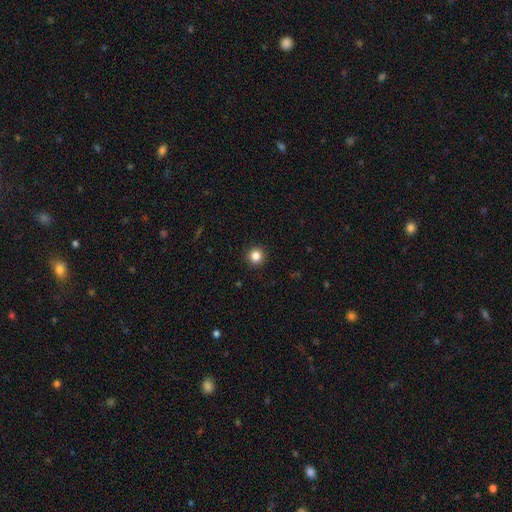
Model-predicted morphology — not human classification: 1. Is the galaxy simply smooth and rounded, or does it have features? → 84% smooth, 12% star or artifact, 5% featured or disk.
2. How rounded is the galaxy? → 95% round, 4% in between, 1% cigar-shaped.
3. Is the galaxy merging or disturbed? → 93% none, 5% minor disturbance, 2% major disturbance, 1% merger.